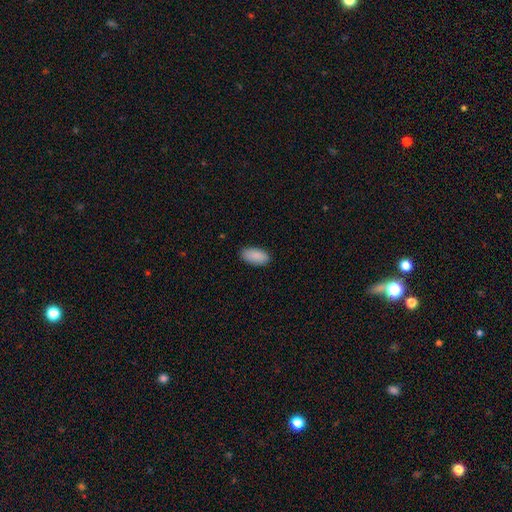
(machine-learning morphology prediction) Smooth or featured? Predicted: smooth (p=0.91). How rounded? Predicted: in between (p=0.94). Merging? Predicted: none (p=0.88).